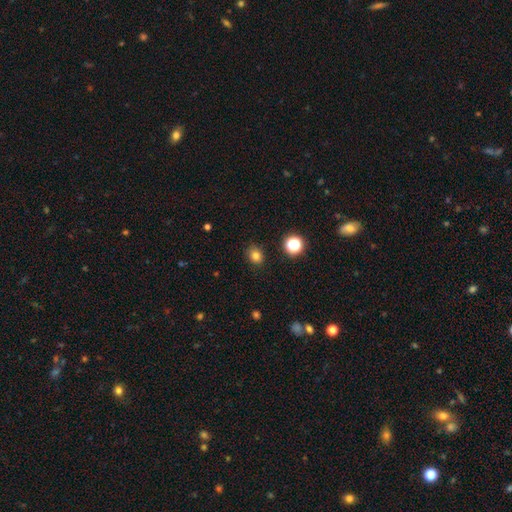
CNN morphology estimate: The model was most divided on "how rounded": round: 62%, in between: 37%, cigar-shaped: 1%. More confident: merging — none (85%); smooth or featured — smooth (80%).